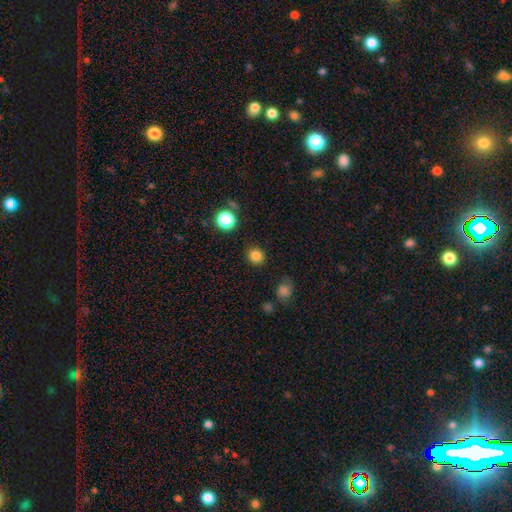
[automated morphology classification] Smooth or featured? smooth (83%)
How rounded? round (85%)
Merging? none (88%)